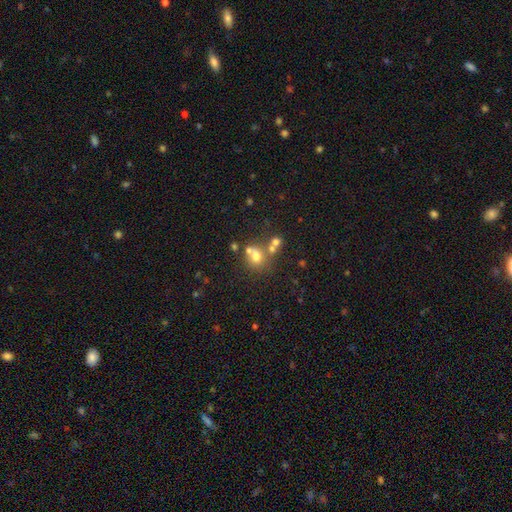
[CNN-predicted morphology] Smooth or featured: smooth — 63% (featured or disk — 19%)
How rounded: round — 72% (in between — 27%)
Merging: none — 44% (merger — 40%)